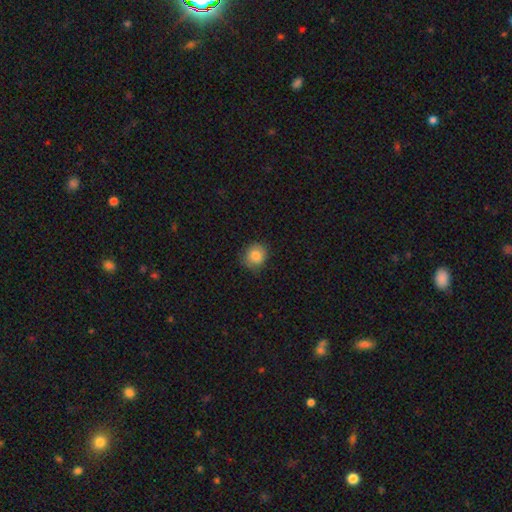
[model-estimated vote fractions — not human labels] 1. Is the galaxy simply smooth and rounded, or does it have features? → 83% smooth, 9% star or artifact, 8% featured or disk.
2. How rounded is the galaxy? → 81% round, 18% in between, 1% cigar-shaped.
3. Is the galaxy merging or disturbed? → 78% none, 18% minor disturbance, 4% major disturbance, 1% merger.